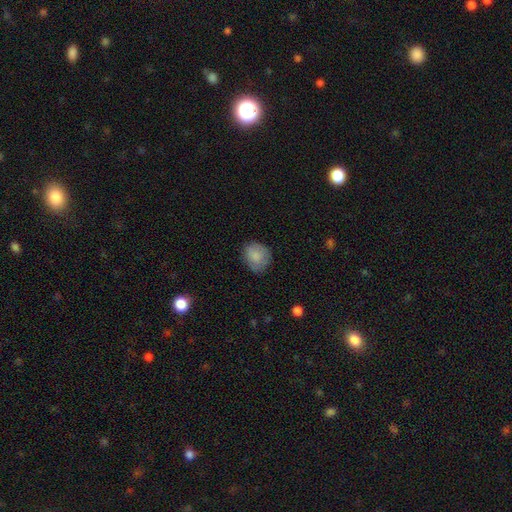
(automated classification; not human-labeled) smooth_or_featured: smooth (p=0.83) [alt: featured or disk p=0.10]
how_rounded: round (p=0.63) [alt: in between p=0.36]
merging: none (p=0.71) [alt: minor disturbance p=0.22]